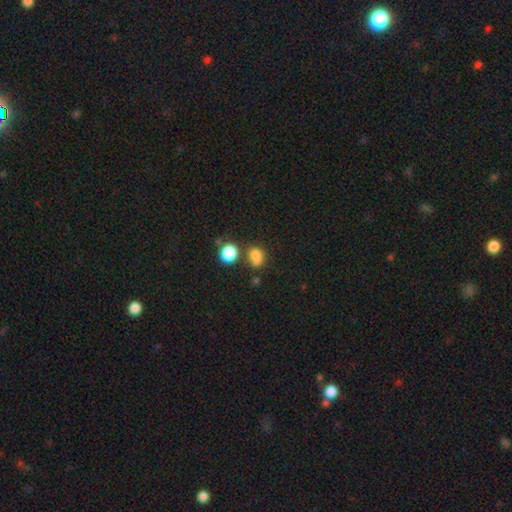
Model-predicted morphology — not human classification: This appears to be a smooth galaxy with no disk features (80%) that is round (57%). Merging: none (56%).